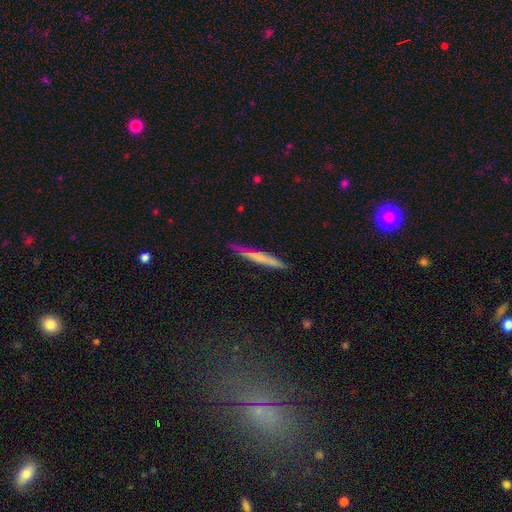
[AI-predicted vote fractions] Smooth or featured?
  - smooth: 49% *
  - featured or disk: 41%
  - star or artifact: 10%
Merging?
  - none: 86% *
  - minor disturbance: 10%
  - major disturbance: 2%
  - merger: 2%